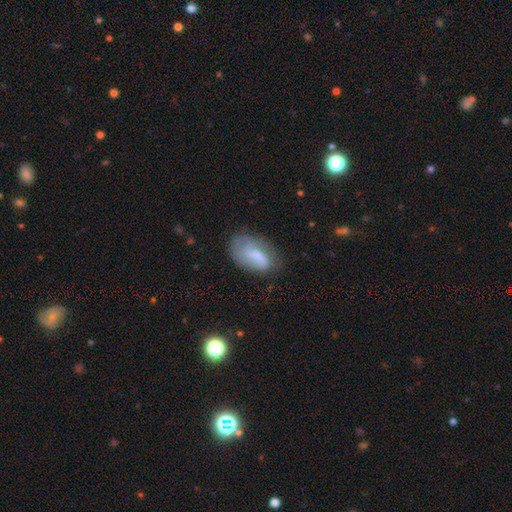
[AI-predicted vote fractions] A smooth galaxy with no disk features (50%). Merging: none (56%).